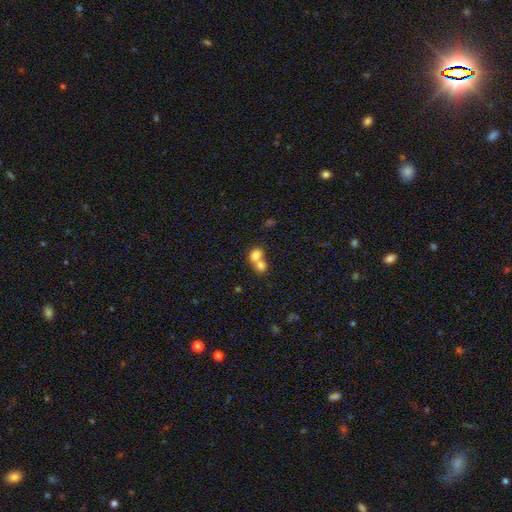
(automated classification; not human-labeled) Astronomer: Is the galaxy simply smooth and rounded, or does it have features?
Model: smooth — 76%.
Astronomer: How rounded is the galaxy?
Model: round — 56% (runner-up: in between, 43%).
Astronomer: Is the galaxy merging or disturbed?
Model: merger — 70%.